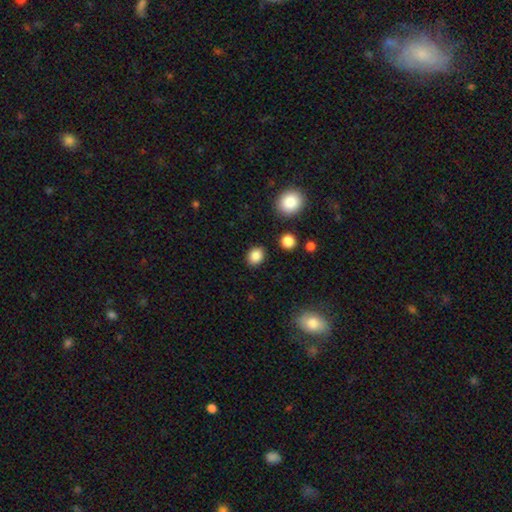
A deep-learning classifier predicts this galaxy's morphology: smooth_or_featured: smooth (p=0.86) [alt: star or artifact p=0.10]
how_rounded: round (p=0.52) [alt: in between p=0.47]
merging: none (p=0.87) [alt: minor disturbance p=0.08]